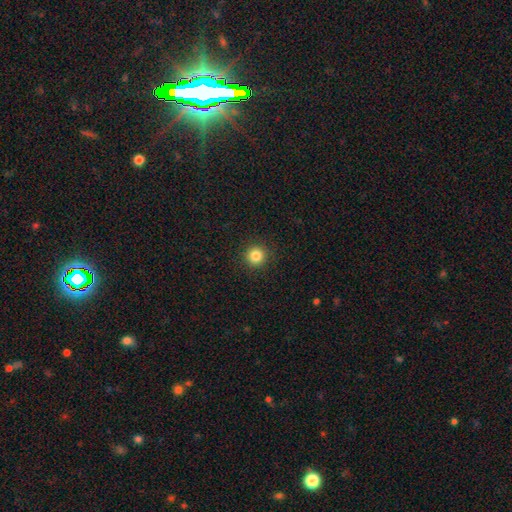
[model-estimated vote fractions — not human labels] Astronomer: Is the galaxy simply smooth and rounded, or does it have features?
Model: smooth — 84%.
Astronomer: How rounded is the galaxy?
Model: round — 95%.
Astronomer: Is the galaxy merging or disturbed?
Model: none — 92%.